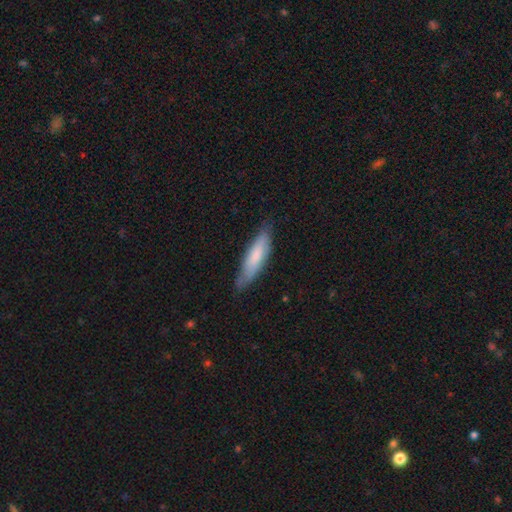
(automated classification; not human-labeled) A smooth galaxy with no disk features (72%) that is cigar-shaped (73%). Merging: none (77%).